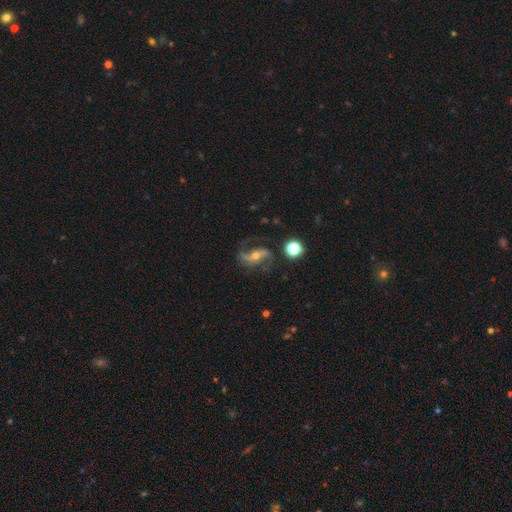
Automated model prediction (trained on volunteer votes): Q: Smooth or featured?
A: featured or disk (83%); runner-up: star or artifact (9%)
Q: Edge-on disk?
A: no (96%); runner-up: yes (4%)
Q: Bar?
A: no (34%); runner-up: strong (33%)
Q: Spiral arms?
A: yes (95%); runner-up: no (5%)
Q: Spiral winding?
A: loose (54%); runner-up: medium (35%)
Q: Spiral arm count?
A: 2 (89%); runner-up: can't tell (3%)
Q: Bulge size?
A: moderate (60%); runner-up: small (34%)
Q: Merging?
A: none (71%); runner-up: minor disturbance (16%)